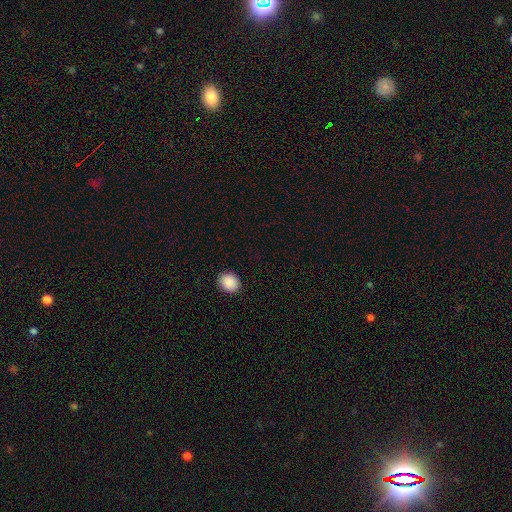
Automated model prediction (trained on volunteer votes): This is clearly a smooth galaxy (84%). How rounded: likely round (62%). Merging: clearly none (89%).